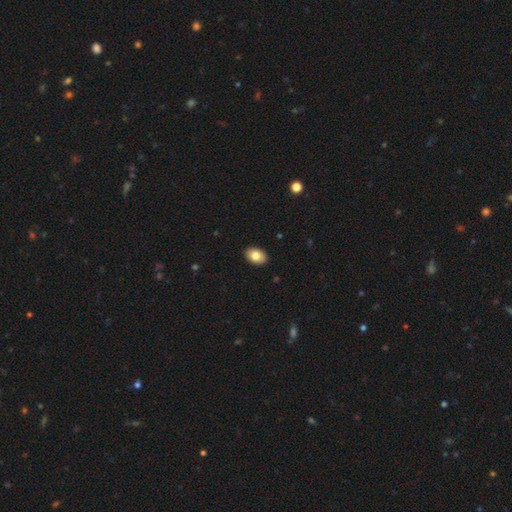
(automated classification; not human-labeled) A smooth galaxy with no disk features (81%) that is in between round and cigar-shaped (88%).

Vote fractions:
- Smooth or featured? smooth: 81% / featured or disk: 12% / star or artifact: 7%
- How rounded? in between: 88% / round: 11% / cigar-shaped: 1%
- Merging? none: 90% / minor disturbance: 7% / major disturbance: 2% / merger: 1%